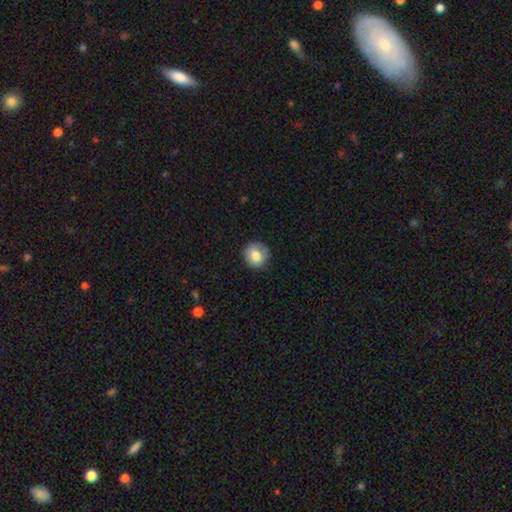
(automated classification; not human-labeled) A smooth galaxy with no disk features (78%) that is round (92%).

Vote fractions:
- Smooth or featured? smooth: 78% / featured or disk: 13% / star or artifact: 8%
- How rounded? round: 92% / in between: 7% / cigar-shaped: 1%
- Merging? none: 84% / minor disturbance: 12% / major disturbance: 3% / merger: 1%